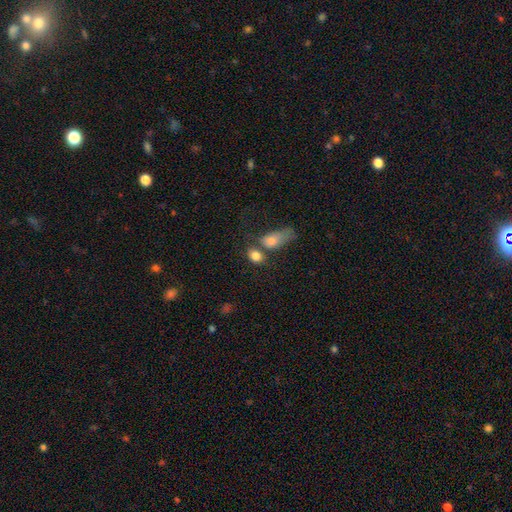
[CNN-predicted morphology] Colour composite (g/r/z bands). It shows a smooth galaxy with no disk features (80%) that is in between round and cigar-shaped (67%). Merging: merger (40%).